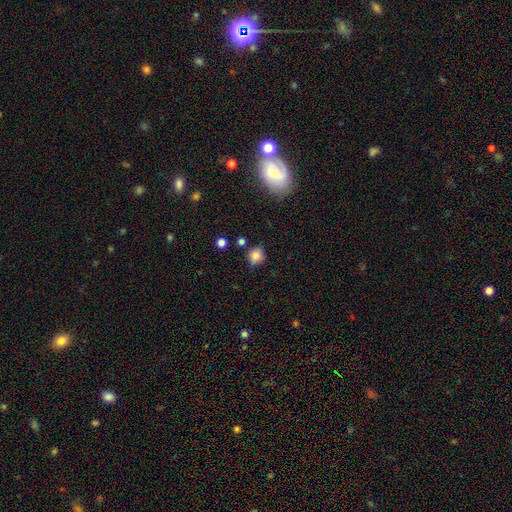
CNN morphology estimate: This is clearly a smooth galaxy (80%). How rounded: likely round (74%). Merging: likely none (74%).